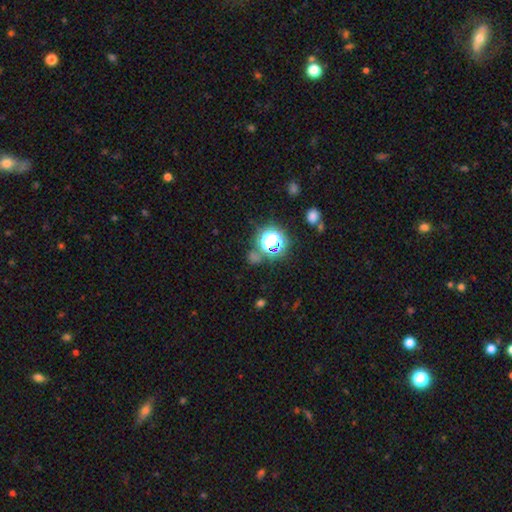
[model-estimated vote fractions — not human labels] smooth-or-featured: star or artifact: 61% | smooth: 31% | featured or disk: 8%